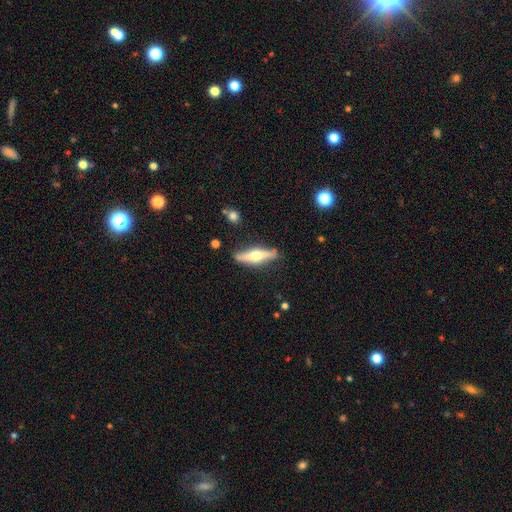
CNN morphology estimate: This is likely a featured or disk galaxy (66%). It is clearly viewed edge-on (94%). Edge-on bulge: clearly rounded (95%). Merging: clearly none (85%).